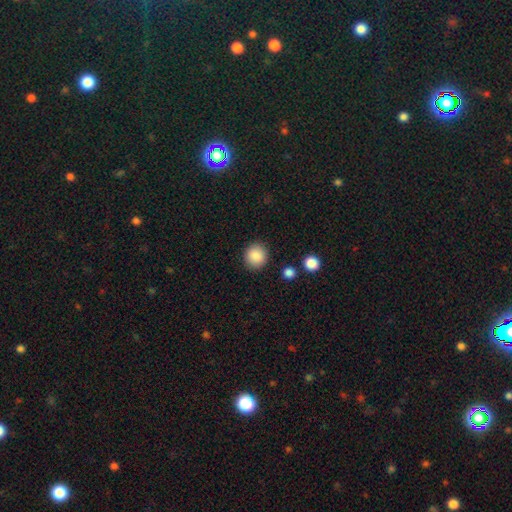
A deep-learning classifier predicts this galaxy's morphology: smooth_or_featured: smooth (p=0.89) [alt: star or artifact p=0.08]
how_rounded: round (p=0.90) [alt: in between p=0.09]
merging: none (p=0.90) [alt: minor disturbance p=0.06]